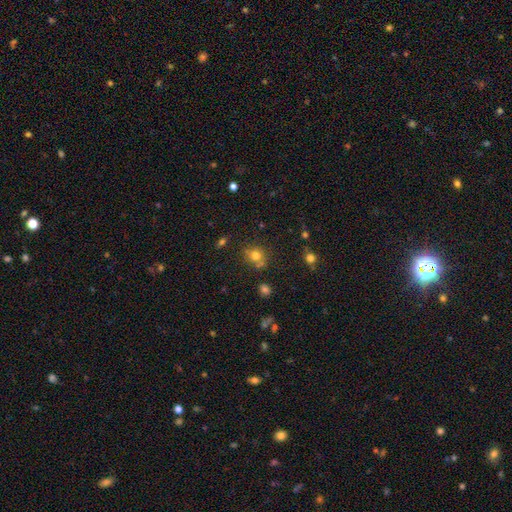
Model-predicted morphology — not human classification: Smooth or featured?
  - smooth: 73% *
  - star or artifact: 17%
  - featured or disk: 10%
How rounded?
  - round: 81% *
  - in between: 18%
  - cigar-shaped: 1%
Merging?
  - none: 64% *
  - merger: 17%
  - minor disturbance: 14%
  - major disturbance: 5%